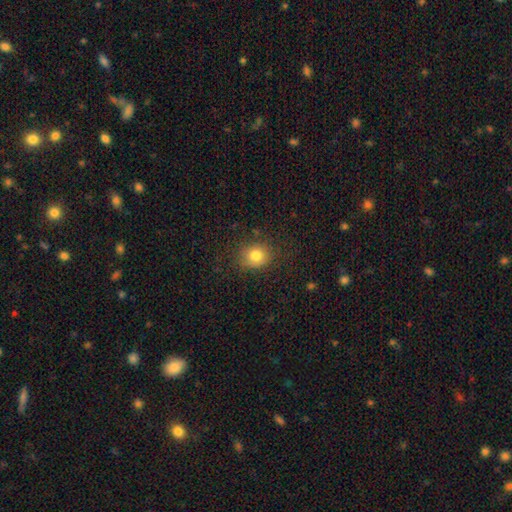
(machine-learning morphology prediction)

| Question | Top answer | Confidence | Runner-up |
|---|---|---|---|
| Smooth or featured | smooth | 81% | star or artifact (11%) |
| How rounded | round | 68% | in between (32%) |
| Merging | none | 78% | minor disturbance (15%) |